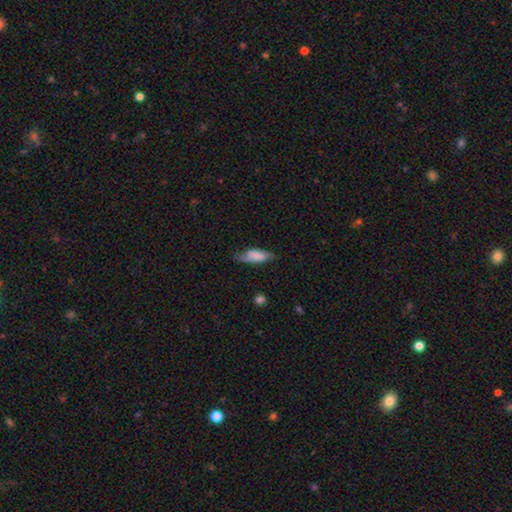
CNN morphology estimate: smooth 63%, featured or disk 30%, star or artifact 7%. Down the decision tree: how rounded — in between (69%); merging — none (62%).